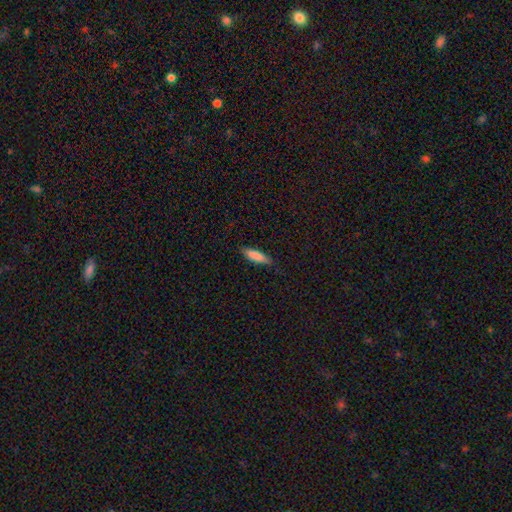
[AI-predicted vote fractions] smooth-or-featured: smooth: 85% | featured or disk: 9% | star or artifact: 6%
  how-rounded: cigar-shaped: 65% | in between: 34% | round: 1%
  merging: none: 84% | minor disturbance: 12% | major disturbance: 2% | merger: 1%